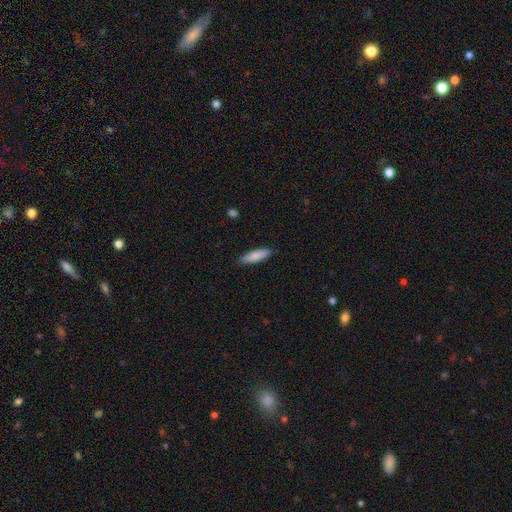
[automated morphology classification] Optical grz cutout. It shows a smooth galaxy with no disk features (84%) that is cigar-shaped (59%). Merging: none (87%).